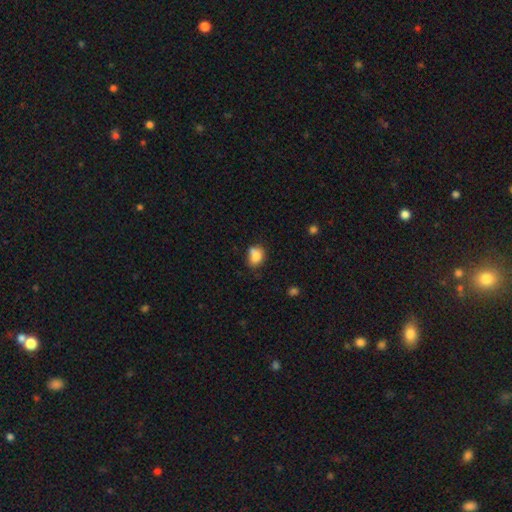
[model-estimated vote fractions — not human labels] smooth_or_featured: smooth (p=0.80) [alt: featured or disk p=0.11]
how_rounded: in between (p=0.54) [alt: round p=0.45]
merging: none (p=0.47) [alt: merger p=0.26]